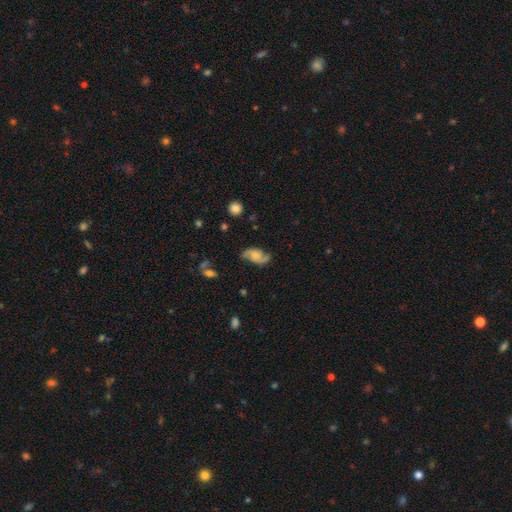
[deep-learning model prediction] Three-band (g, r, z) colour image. It shows a featured or disk galaxy (75%) with no bar (63%), 2 (90%) loose (45%) spiral arms (95%) and a moderate central bulge (43%). Merging: none (73%).